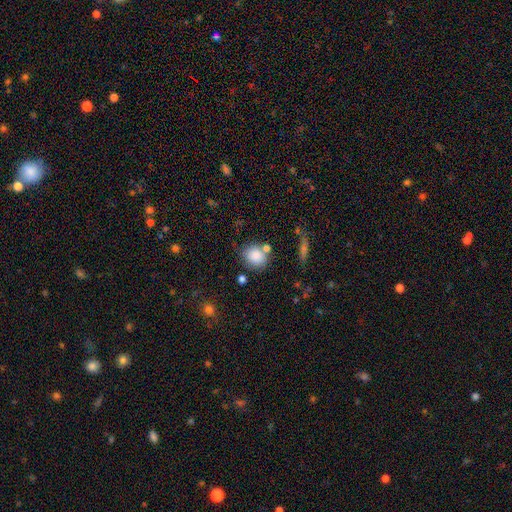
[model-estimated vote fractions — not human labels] smooth-or-featured: smooth: 84% | star or artifact: 9% | featured or disk: 8%
  how-rounded: round: 71% | in between: 28% | cigar-shaped: 1%
  merging: none: 65% | merger: 15% | minor disturbance: 15% | major disturbance: 5%